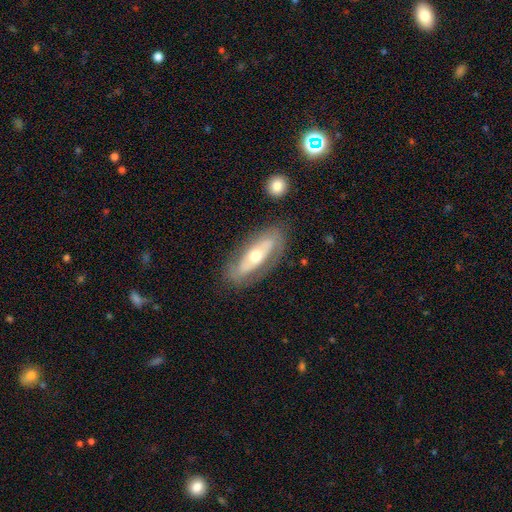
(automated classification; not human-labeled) Smooth or featured?
  - featured or disk: 61% *
  - smooth: 34%
  - star or artifact: 6%
Edge-on disk?
  - no: 76% *
  - yes: 24%
Merging?
  - none: 77% *
  - minor disturbance: 15%
  - major disturbance: 6%
  - merger: 2%